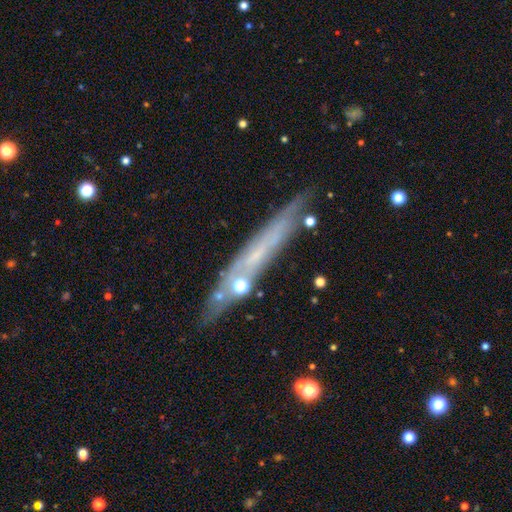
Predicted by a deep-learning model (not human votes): This appears to be a featured or disk galaxy (59%) viewed edge-on (85%) with no central bulge (72%). Merging: none (79%).